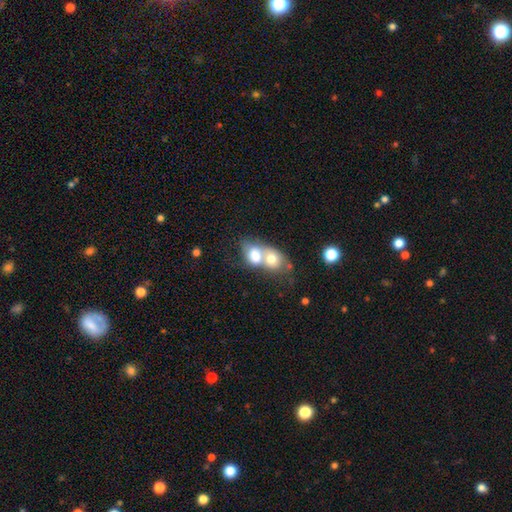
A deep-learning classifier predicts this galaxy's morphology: smooth-or-featured: smooth: 69% | featured or disk: 23% | star or artifact: 8%
  how-rounded: in between: 59% | round: 39% | cigar-shaped: 2%
  merging: merger: 80% | none: 11% | minor disturbance: 5% | major disturbance: 4%